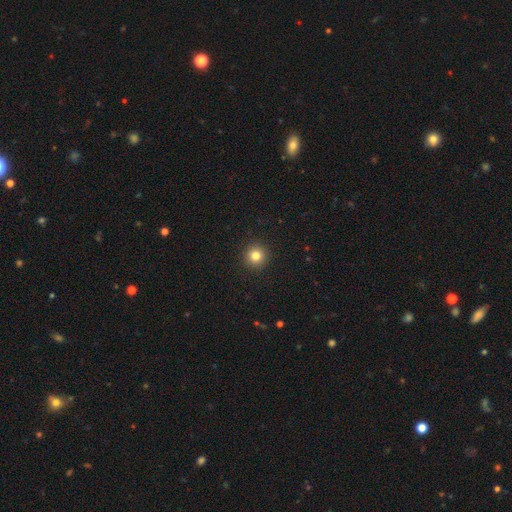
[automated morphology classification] This appears to be a smooth galaxy with no disk features (82%) that is round (95%). Merging: none (93%).